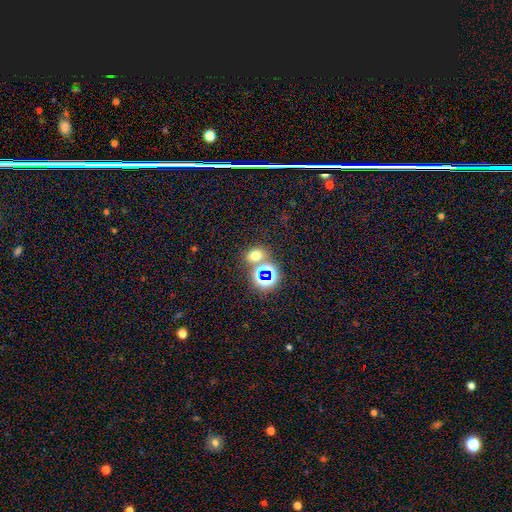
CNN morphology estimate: Smooth or featured? smooth (60%)
How rounded? round (50%)
Merging? none (64%)